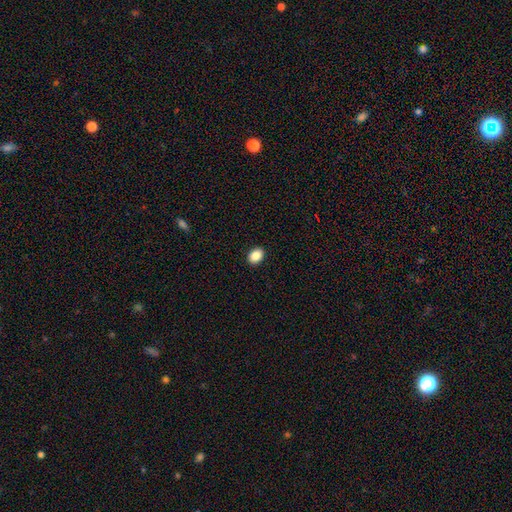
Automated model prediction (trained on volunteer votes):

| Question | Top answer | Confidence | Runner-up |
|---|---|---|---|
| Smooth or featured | smooth | 87% | star or artifact (8%) |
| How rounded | in between | 69% | round (30%) |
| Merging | none | 92% | minor disturbance (6%) |